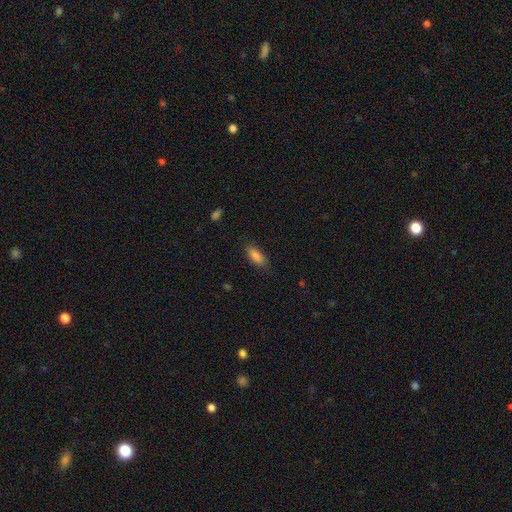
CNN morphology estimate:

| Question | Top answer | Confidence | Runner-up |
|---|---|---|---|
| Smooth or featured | smooth | 83% | featured or disk (9%) |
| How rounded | in between | 71% | cigar-shaped (26%) |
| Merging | none | 83% | minor disturbance (13%) |